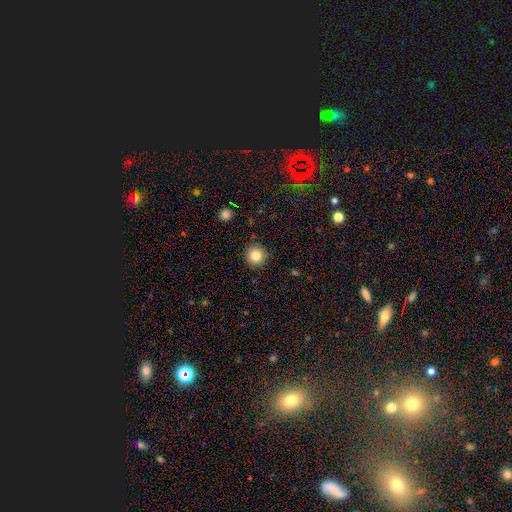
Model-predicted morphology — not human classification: A smooth galaxy with no disk features (83%) that is round (95%). Merging: none (91%).